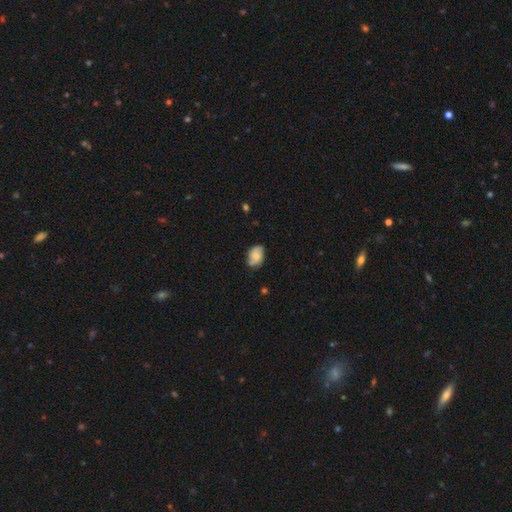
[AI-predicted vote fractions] A smooth galaxy with no disk features (57%) that is in between round and cigar-shaped (83%).

Vote fractions:
- Smooth or featured? smooth: 57% / featured or disk: 35% / star or artifact: 8%
- How rounded? in between: 83% / round: 16% / cigar-shaped: 1%
- Merging? none: 66% / minor disturbance: 27% / major disturbance: 5% / merger: 2%